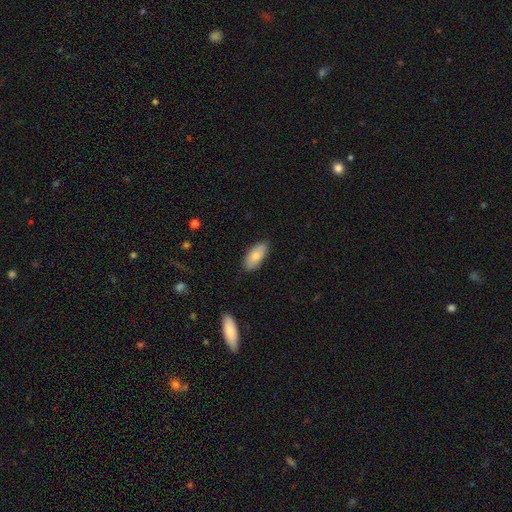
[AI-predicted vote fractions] Smooth or featured?
  - smooth: 79% *
  - featured or disk: 15%
  - star or artifact: 6%
How rounded?
  - in between: 90% *
  - cigar-shaped: 8%
  - round: 2%
Merging?
  - none: 84% *
  - minor disturbance: 13%
  - major disturbance: 2%
  - merger: 1%